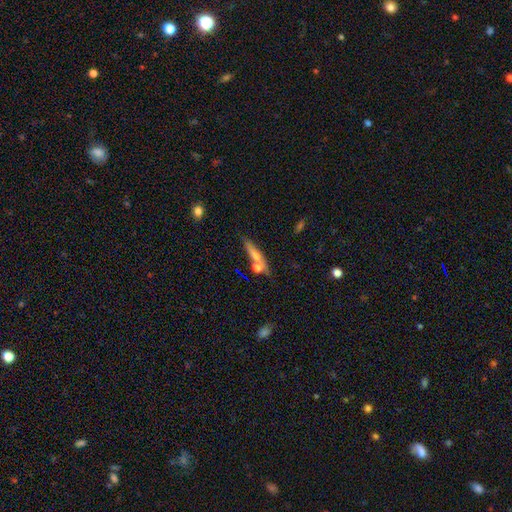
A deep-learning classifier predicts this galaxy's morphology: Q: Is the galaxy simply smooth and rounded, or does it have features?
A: smooth — 49%.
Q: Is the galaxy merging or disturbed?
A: none — 66%.